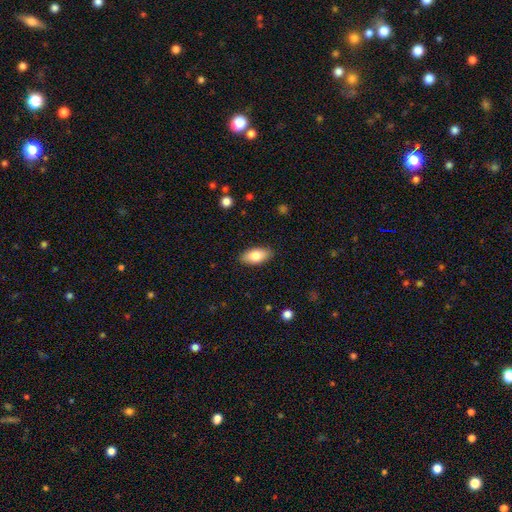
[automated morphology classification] This appears to be a smooth galaxy with no disk features (83%) that is in between round and cigar-shaped (92%). Merging: none (88%).